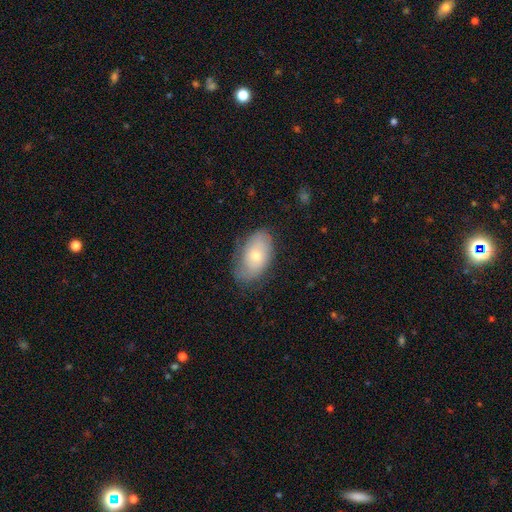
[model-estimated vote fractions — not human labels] smooth 63%, featured or disk 30%, star or artifact 7%. Down the decision tree: how rounded — in between (92%); merging — none (69%).